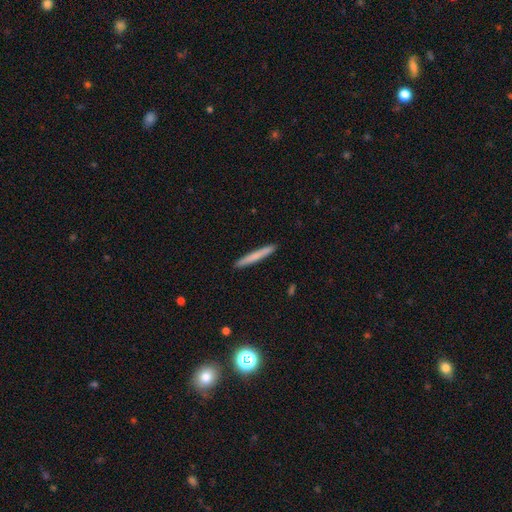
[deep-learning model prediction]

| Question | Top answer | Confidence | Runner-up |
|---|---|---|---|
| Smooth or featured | smooth | 70% | featured or disk (24%) |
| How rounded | cigar-shaped | 97% | in between (2%) |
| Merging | none | 92% | minor disturbance (5%) |